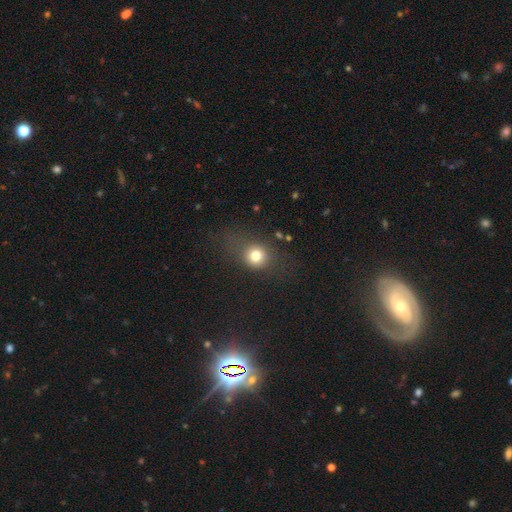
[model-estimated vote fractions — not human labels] The model was most divided on "merging": none: 66%, minor disturbance: 18%, major disturbance: 14%, merger: 3%. More confident: how rounded — round (76%); smooth or featured — smooth (76%).